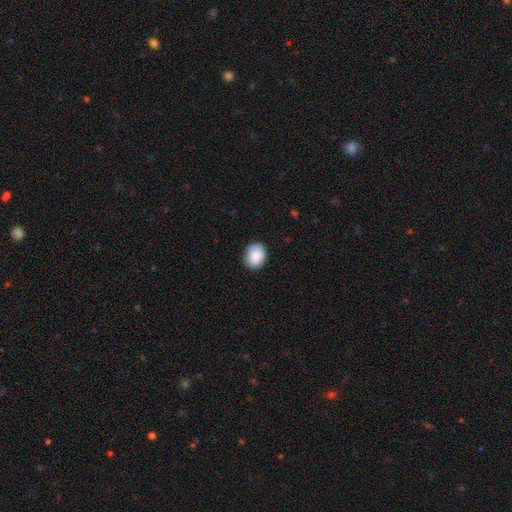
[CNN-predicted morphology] The model was most divided on "how rounded": round: 53%, in between: 46%, cigar-shaped: 1%. More confident: smooth or featured — smooth (88%); merging — none (87%).